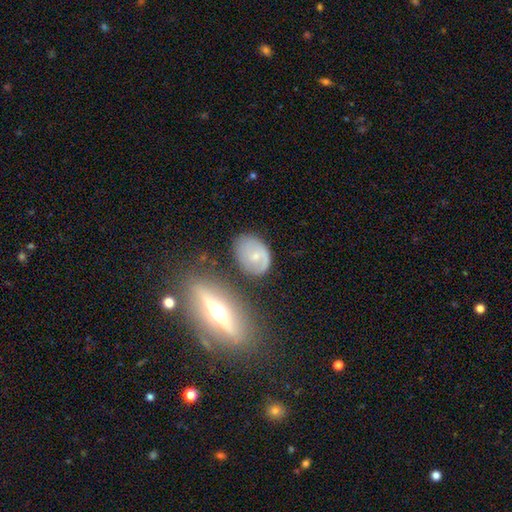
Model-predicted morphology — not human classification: Smooth or featured: featured or disk — 48% (smooth — 44%)
Merging: none — 61% (minor disturbance — 23%)